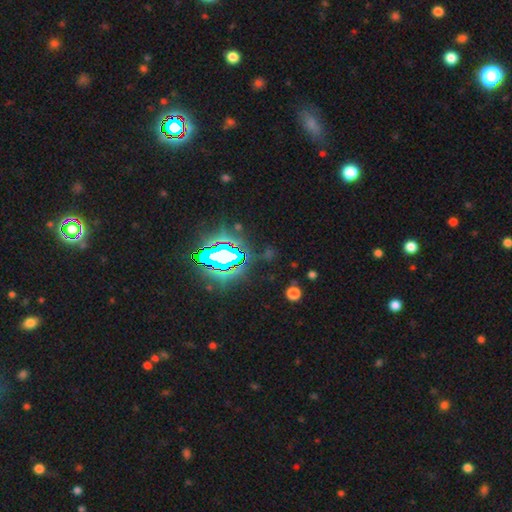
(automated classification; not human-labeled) Smooth or featured? star or artifact (83%)